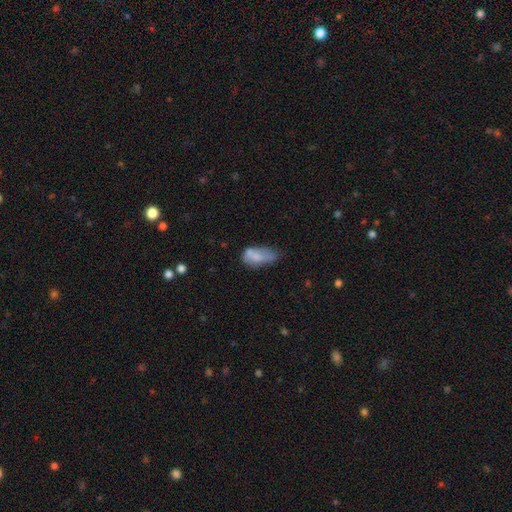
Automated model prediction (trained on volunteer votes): smooth_or_featured: smooth (p=0.67) [alt: featured or disk p=0.24]
how_rounded: in between (p=0.88) [alt: cigar-shaped p=0.08]
merging: minor disturbance (p=0.33) [alt: none p=0.32]